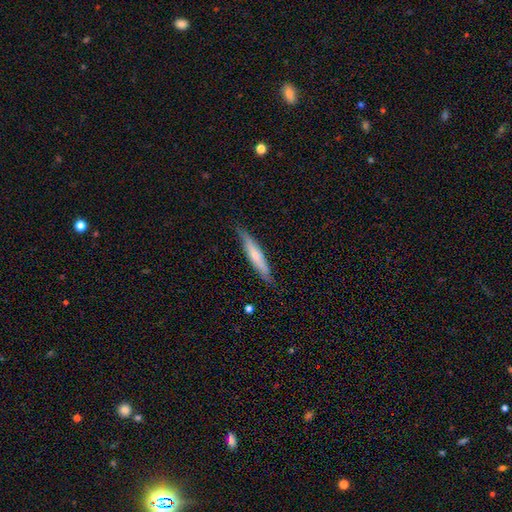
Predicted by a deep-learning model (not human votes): The model was most divided on "smooth or featured": smooth: 57%, featured or disk: 37%, star or artifact: 6%. More confident: how rounded — cigar-shaped (90%); merging — none (83%).